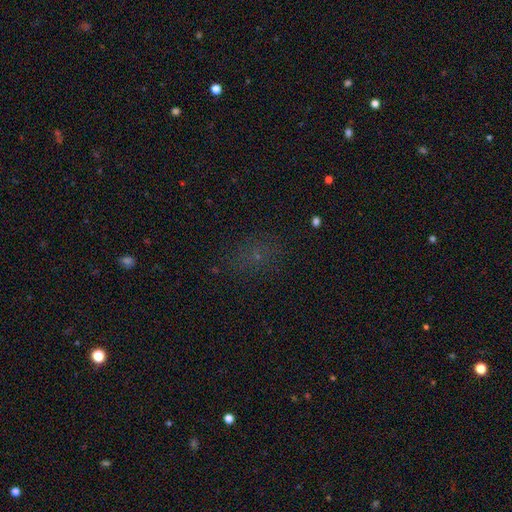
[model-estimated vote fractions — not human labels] Smooth or featured: smooth — 46% (star or artifact — 41%)
Merging: none — 75% (minor disturbance — 14%)